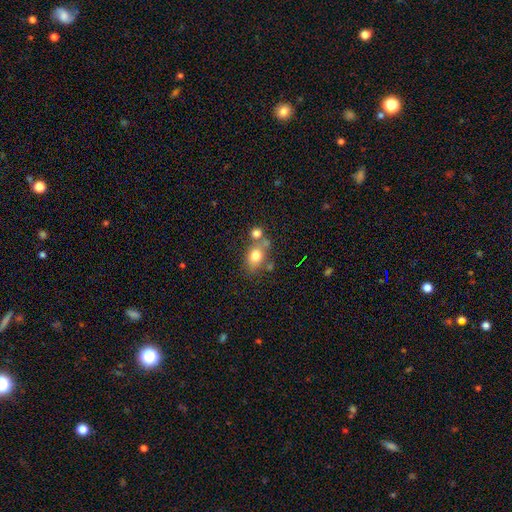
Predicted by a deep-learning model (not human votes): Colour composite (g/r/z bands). It shows a smooth galaxy with no disk features (75%) that is in between round and cigar-shaped (63%). Merging: none (53%).